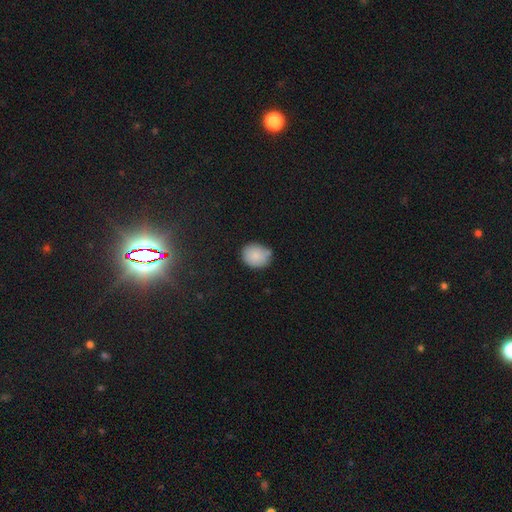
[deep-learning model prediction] Morphology: type=smooth (85%); roundness=round (66%); merging=none (70%).